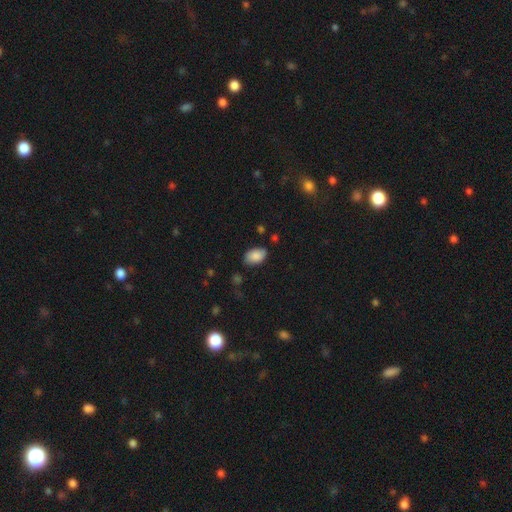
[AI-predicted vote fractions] The model was most divided on "merging": none: 79%, minor disturbance: 16%, major disturbance: 3%, merger: 2%. More confident: how rounded — in between (91%); smooth or featured — smooth (87%).